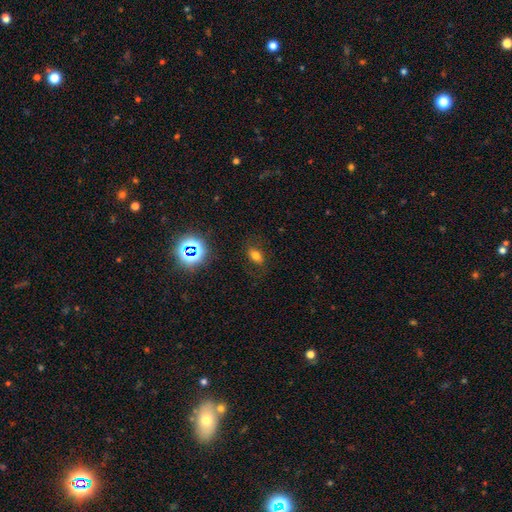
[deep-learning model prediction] smooth-or-featured: smooth: 64% | star or artifact: 22% | featured or disk: 14%
  how-rounded: in between: 80% | round: 17% | cigar-shaped: 3%
  merging: none: 79% | minor disturbance: 14% | major disturbance: 6% | merger: 1%